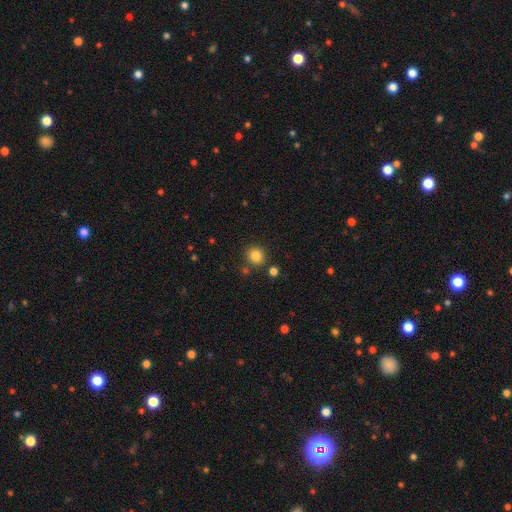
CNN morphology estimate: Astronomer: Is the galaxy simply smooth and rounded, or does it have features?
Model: smooth — 84%.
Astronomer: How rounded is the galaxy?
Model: round — 81%.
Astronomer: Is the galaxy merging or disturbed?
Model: none — 83%.